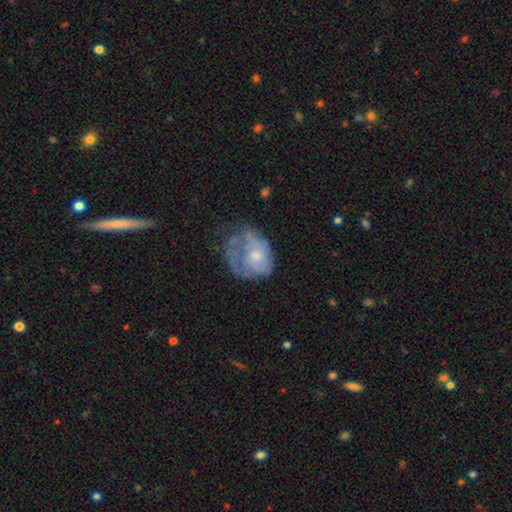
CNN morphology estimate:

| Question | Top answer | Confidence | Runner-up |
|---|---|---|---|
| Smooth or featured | featured or disk | 53% | smooth (39%) |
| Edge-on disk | no | 97% | yes (3%) |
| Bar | no | 83% | weak (15%) |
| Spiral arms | no | 59% | yes (41%) |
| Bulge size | small | 54% | moderate (34%) |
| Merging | major disturbance | 38% | none (30%) |